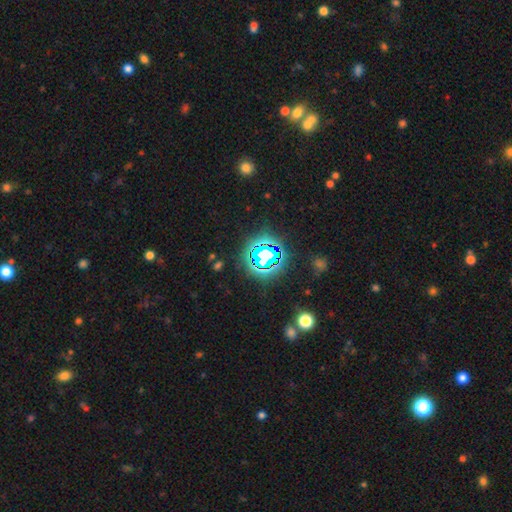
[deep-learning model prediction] star or artifact 74%, smooth 16%, featured or disk 10%.